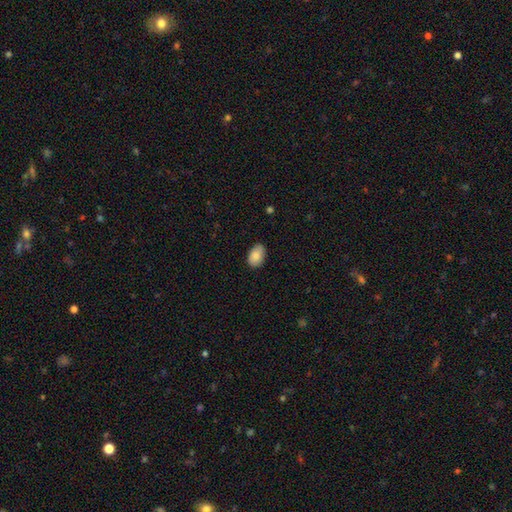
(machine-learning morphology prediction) Smooth or featured? Predicted: smooth (p=0.86). How rounded? Predicted: in between (p=0.89). Merging? Predicted: none (p=0.81).